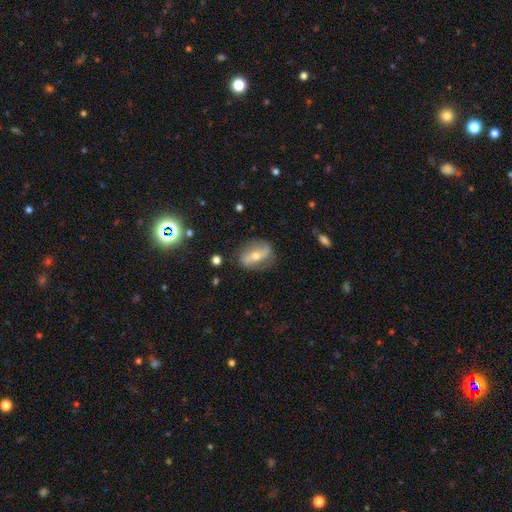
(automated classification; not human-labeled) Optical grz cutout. It shows a featured or disk galaxy (64%) with a strong bar (47%), spiral arms (72%) and a moderate central bulge (54%). Merging: none (77%).